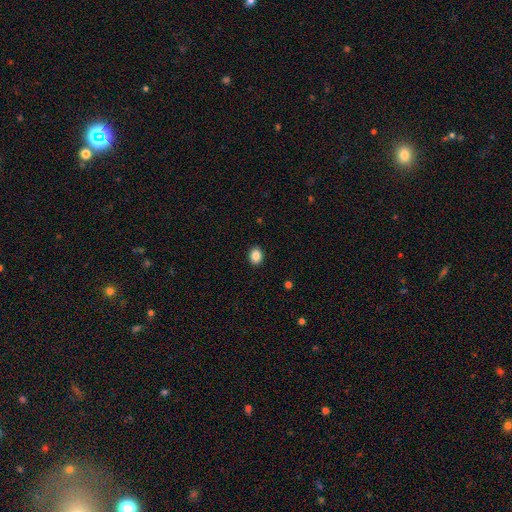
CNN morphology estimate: smooth_or_featured: smooth (p=0.87) [alt: star or artifact p=0.09]
how_rounded: in between (p=0.55) [alt: round p=0.44]
merging: none (p=0.91) [alt: minor disturbance p=0.06]